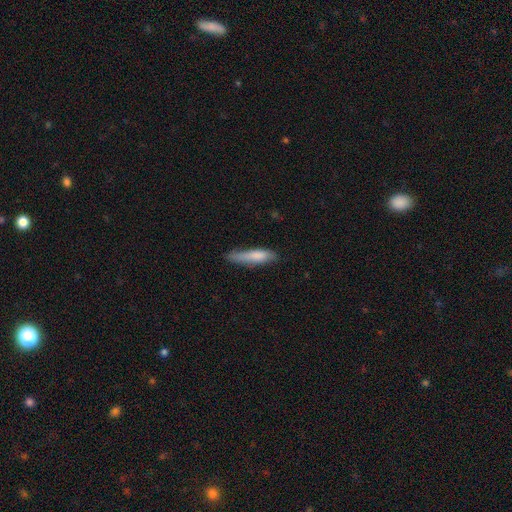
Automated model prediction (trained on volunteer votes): This is likely a smooth galaxy (78%). How rounded: clearly cigar-shaped (80%). Merging: likely none (62%).